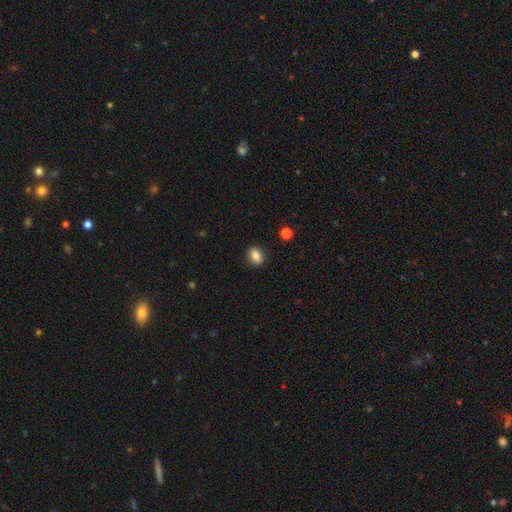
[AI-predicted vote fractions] Smooth or featured? smooth (84%)
How rounded? in between (67%)
Merging? none (89%)